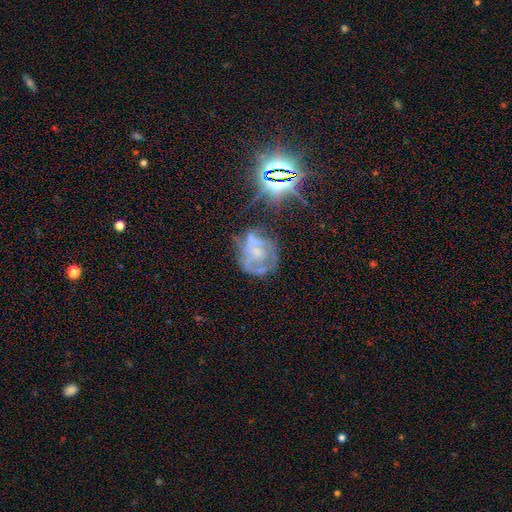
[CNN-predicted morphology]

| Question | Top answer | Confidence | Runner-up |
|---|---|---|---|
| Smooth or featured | featured or disk | 61% | star or artifact (19%) |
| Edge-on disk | no | 97% | yes (3%) |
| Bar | no | 81% | weak (15%) |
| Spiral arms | no | 53% | yes (47%) |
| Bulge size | small | 40% | none (34%) |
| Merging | none | 42% | major disturbance (26%) |